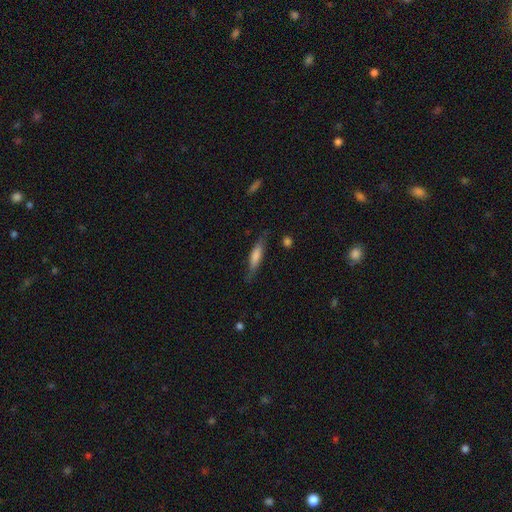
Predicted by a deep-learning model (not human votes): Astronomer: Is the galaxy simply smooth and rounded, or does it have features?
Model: smooth — 59% (runner-up: featured or disk, 34%).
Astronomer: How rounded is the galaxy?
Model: cigar-shaped — 82%.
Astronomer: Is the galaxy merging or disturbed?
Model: none — 77%.